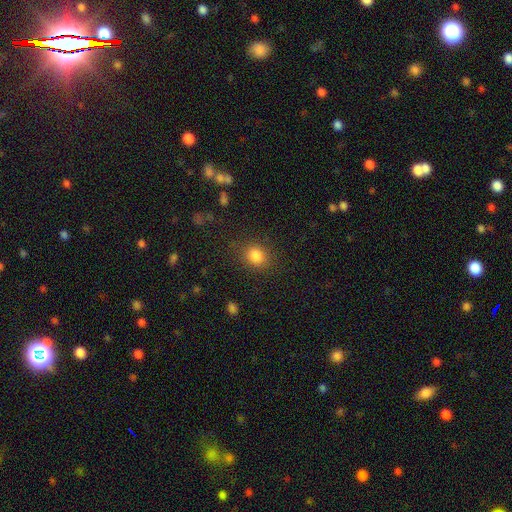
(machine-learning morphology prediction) Smooth or featured: smooth — 83% (star or artifact — 11%)
How rounded: round — 65% (in between — 34%)
Merging: none — 85% (minor disturbance — 10%)